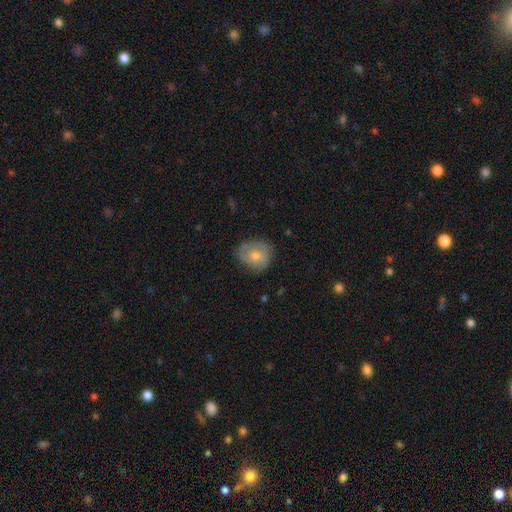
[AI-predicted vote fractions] This is possibly a smooth galaxy (52%). How rounded: likely round (69%). Merging: likely none (71%).